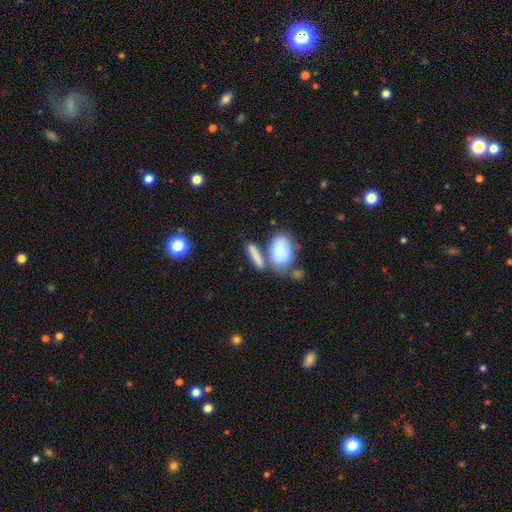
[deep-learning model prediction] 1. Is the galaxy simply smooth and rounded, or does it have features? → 82% smooth, 12% featured or disk, 7% star or artifact.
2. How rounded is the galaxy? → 67% in between, 26% cigar-shaped, 7% round.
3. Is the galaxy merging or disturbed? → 51% none, 31% merger, 13% minor disturbance, 5% major disturbance.